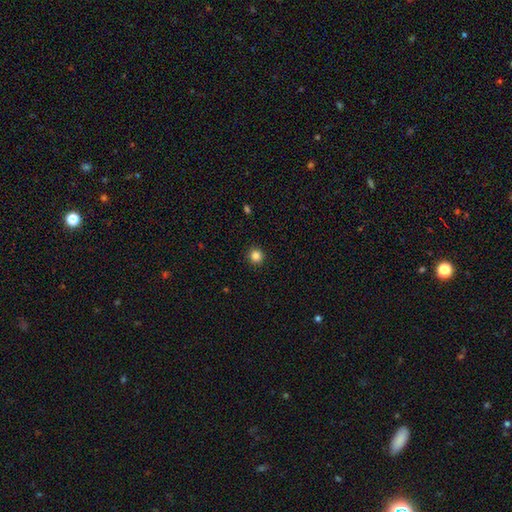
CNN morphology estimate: smooth 85%, star or artifact 12%, featured or disk 4%. Down the decision tree: how rounded — round (94%); merging — none (92%).